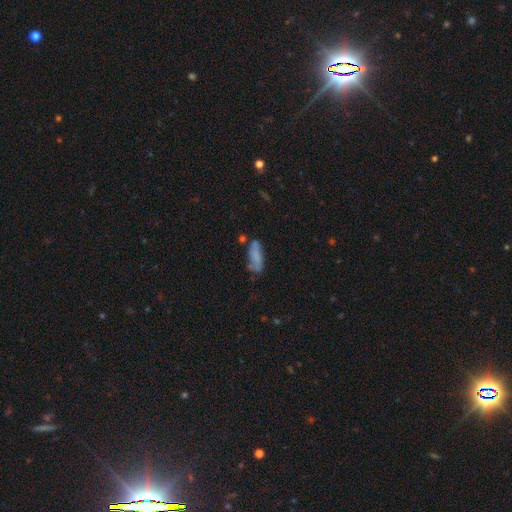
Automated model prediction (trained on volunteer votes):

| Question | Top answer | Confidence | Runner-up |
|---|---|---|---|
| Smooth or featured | smooth | 67% | featured or disk (23%) |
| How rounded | in between | 62% | cigar-shaped (35%) |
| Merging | none | 50% | minor disturbance (27%) |